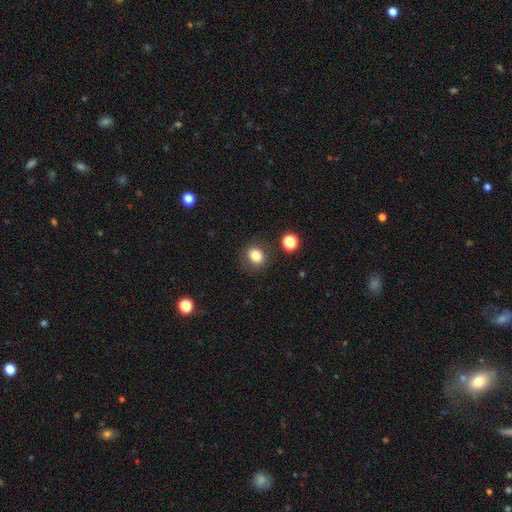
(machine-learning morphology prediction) This appears to be a smooth galaxy with no disk features (82%) that is round (62%). Merging: none (81%).